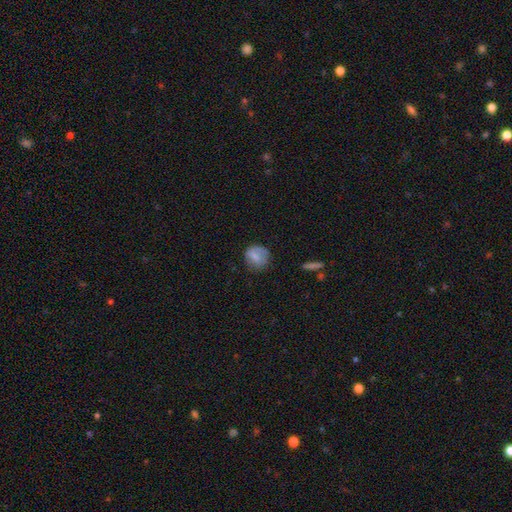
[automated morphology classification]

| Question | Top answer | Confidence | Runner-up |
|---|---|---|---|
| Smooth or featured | smooth | 73% | featured or disk (19%) |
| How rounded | round | 74% | in between (25%) |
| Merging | none | 64% | minor disturbance (25%) |